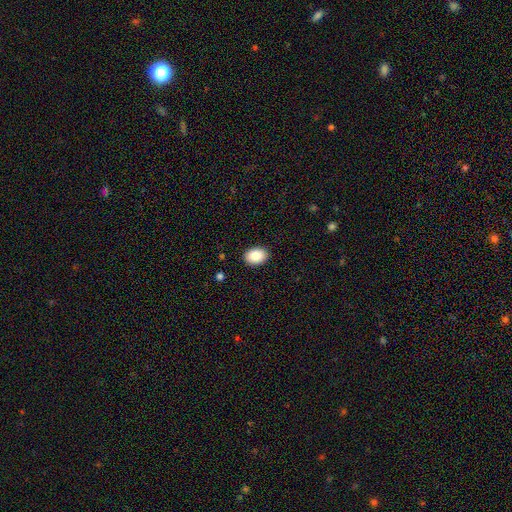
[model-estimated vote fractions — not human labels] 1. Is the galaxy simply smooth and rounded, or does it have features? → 88% smooth, 7% star or artifact, 5% featured or disk.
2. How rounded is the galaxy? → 79% in between, 20% round, 1% cigar-shaped.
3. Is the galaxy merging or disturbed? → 90% none, 8% minor disturbance, 2% major disturbance, 1% merger.